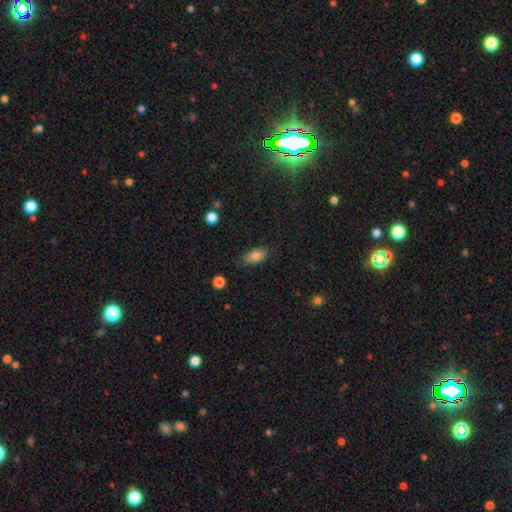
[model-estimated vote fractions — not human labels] A smooth galaxy with no disk features (83%) that is in between round and cigar-shaped (90%). Merging: none (83%).